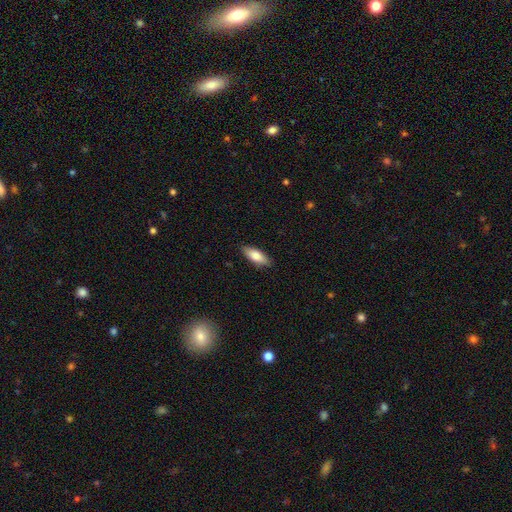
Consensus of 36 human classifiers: Smooth or featured? smooth (78%)
How rounded? in between (61%)
Merging? none (88%)